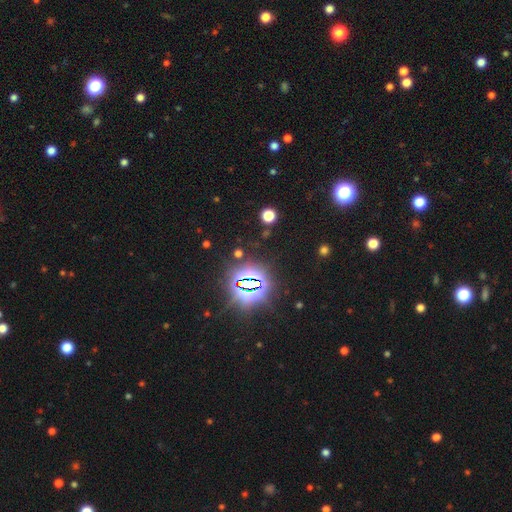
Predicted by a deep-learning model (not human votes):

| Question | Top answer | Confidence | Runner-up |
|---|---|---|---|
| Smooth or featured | star or artifact | 80% | smooth (14%) |